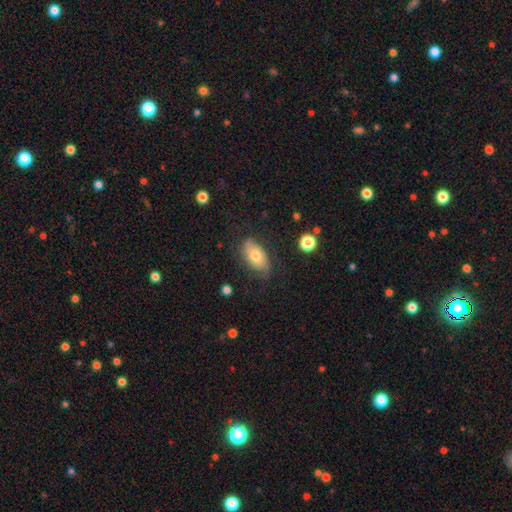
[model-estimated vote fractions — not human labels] Q: Smooth or featured?
A: smooth (66%); runner-up: featured or disk (26%)
Q: How rounded?
A: in between (92%); runner-up: round (5%)
Q: Merging?
A: none (69%); runner-up: minor disturbance (22%)